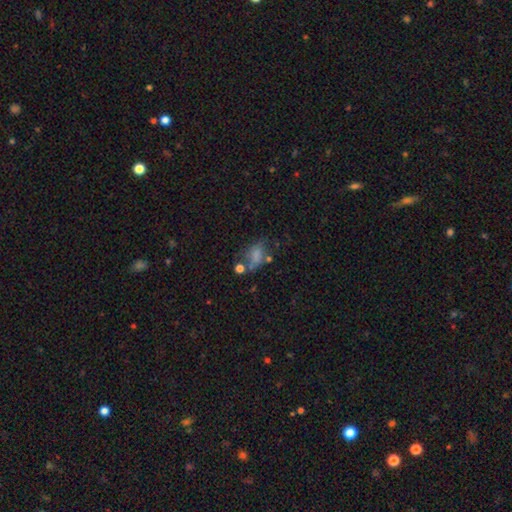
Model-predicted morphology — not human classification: Smooth or featured? smooth (64%)
How rounded? in between (78%)
Merging? none (34%)